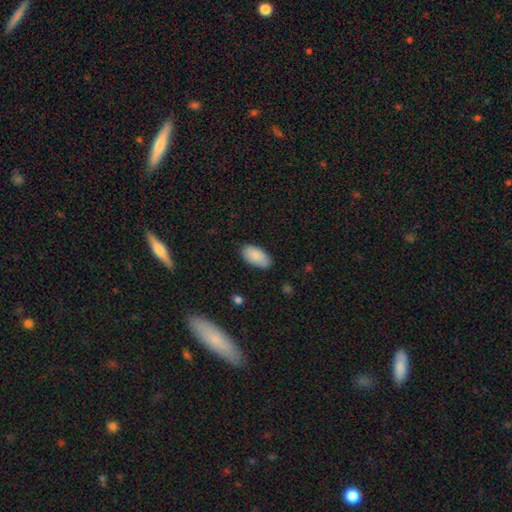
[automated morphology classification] A smooth galaxy with no disk features (88%) that is in between round and cigar-shaped (95%). Merging: none (83%).